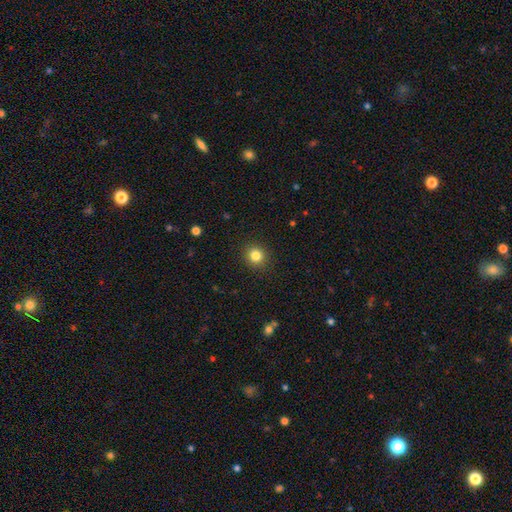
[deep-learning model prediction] Morphology: type=smooth (83%); roundness=round (89%); merging=none (91%).